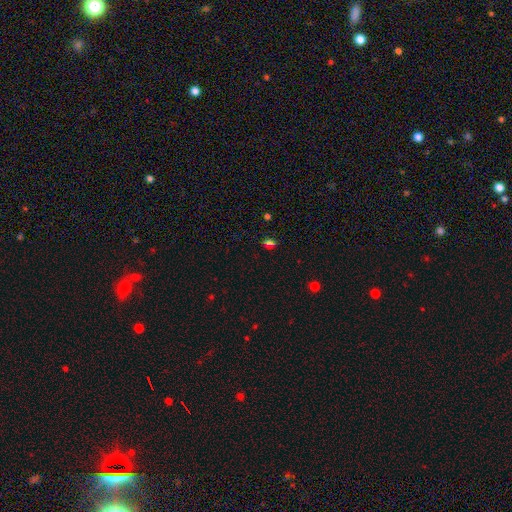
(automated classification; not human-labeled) Overall: smooth (63%; star or artifact 30%). How rounded: in between (71%). Merging: none (84%).